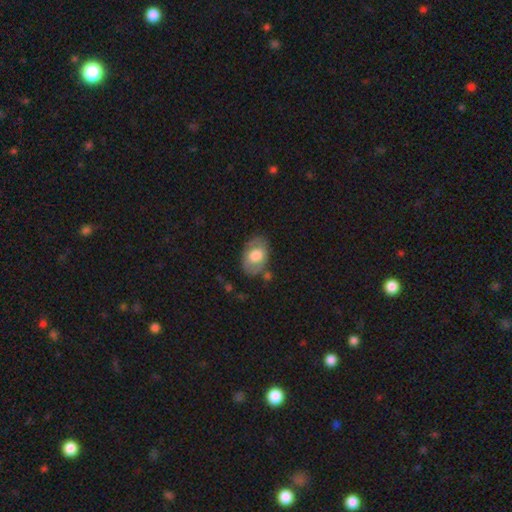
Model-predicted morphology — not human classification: smooth_or_featured: smooth (p=0.63) [alt: featured or disk p=0.31]
how_rounded: in between (p=0.85) [alt: round p=0.14]
merging: none (p=0.68) [alt: minor disturbance p=0.20]